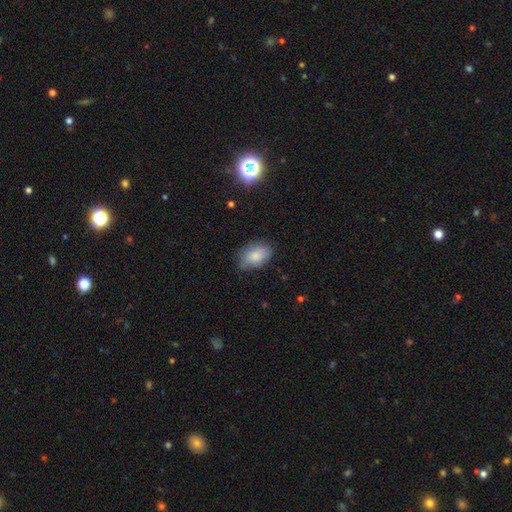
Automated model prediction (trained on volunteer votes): Morphology: type=smooth (79%); roundness=in between (88%); merging=none (67%).